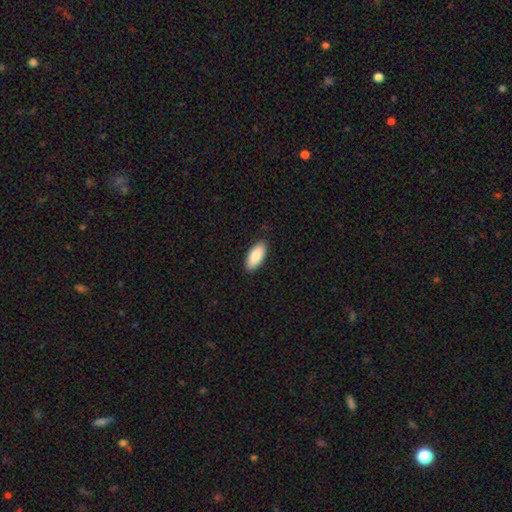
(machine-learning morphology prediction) The model was most divided on "how rounded": in between: 87%, cigar-shaped: 12%, round: 2%. More confident: smooth or featured — smooth (89%); merging — none (88%).